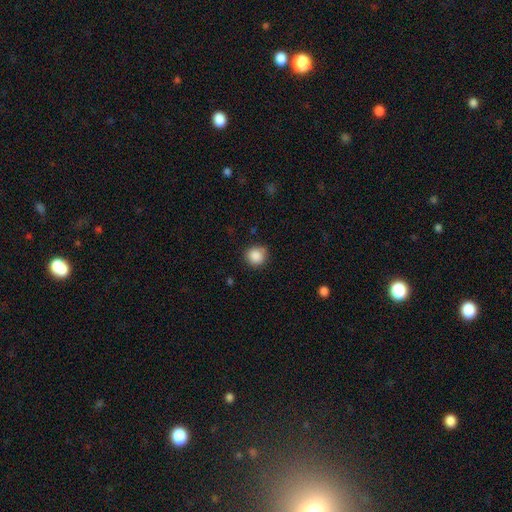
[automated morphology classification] smooth-or-featured: smooth: 88% | star or artifact: 9% | featured or disk: 3%
  how-rounded: round: 91% | in between: 8% | cigar-shaped: 1%
  merging: none: 83% | minor disturbance: 13% | major disturbance: 3% | merger: 1%